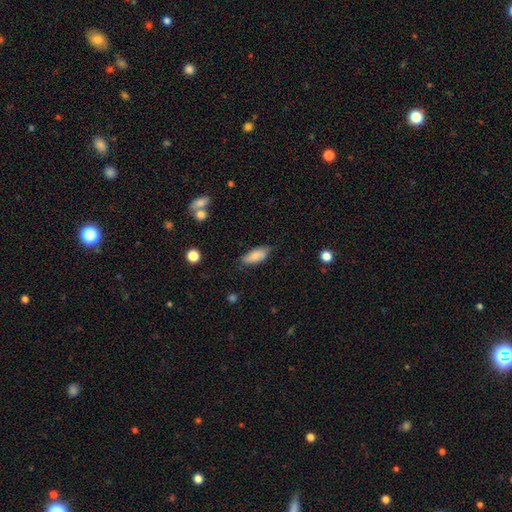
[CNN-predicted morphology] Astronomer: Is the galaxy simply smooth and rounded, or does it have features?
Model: smooth — 81%.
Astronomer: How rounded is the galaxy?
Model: in between — 81%.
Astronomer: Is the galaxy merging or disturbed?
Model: none — 70%.